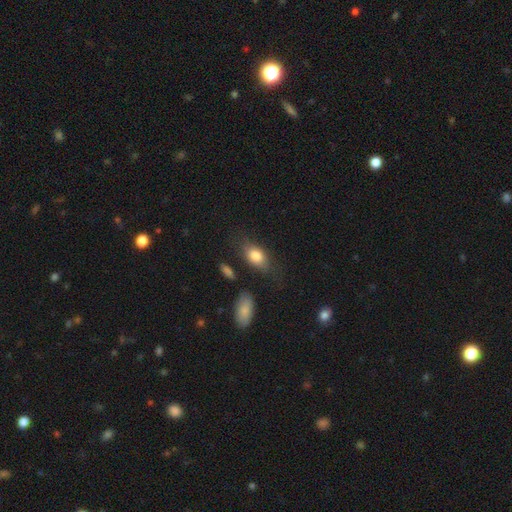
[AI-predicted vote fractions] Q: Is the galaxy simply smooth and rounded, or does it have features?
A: smooth — 80%.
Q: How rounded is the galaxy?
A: in between — 84%.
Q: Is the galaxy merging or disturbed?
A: none — 67%.